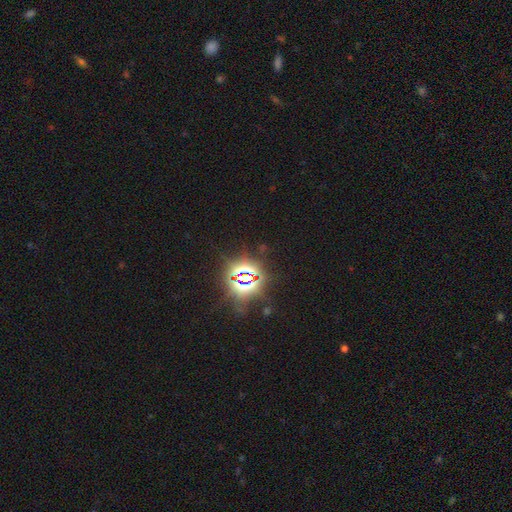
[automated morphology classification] Smooth or featured? Predicted: star or artifact (p=0.84).